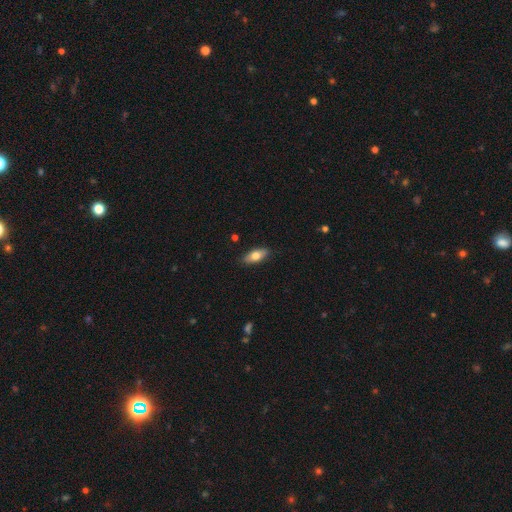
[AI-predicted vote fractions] Smooth or featured? smooth (70%)
How rounded? in between (77%)
Merging? none (87%)